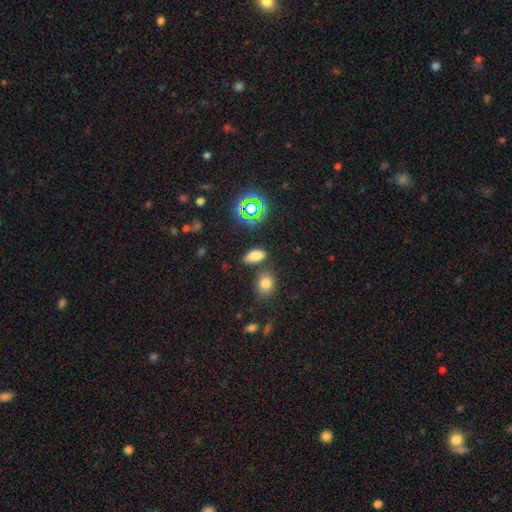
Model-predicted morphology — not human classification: Smooth or featured: smooth — 74% (star or artifact — 18%)
How rounded: in between — 84% (round — 10%)
Merging: none — 70% (minor disturbance — 15%)